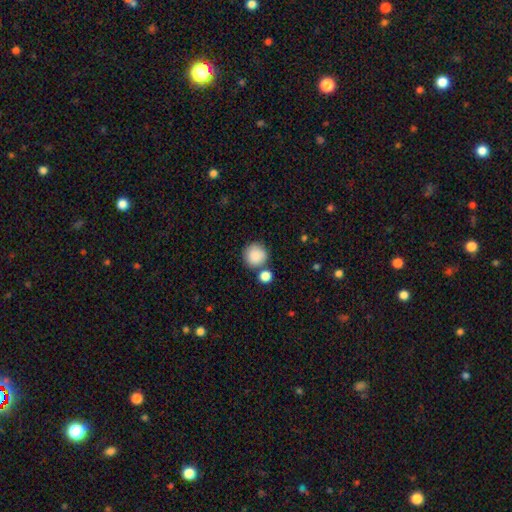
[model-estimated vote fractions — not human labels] smooth 87%, star or artifact 8%, featured or disk 5%. Down the decision tree: how rounded — round (92%); merging — none (70%).